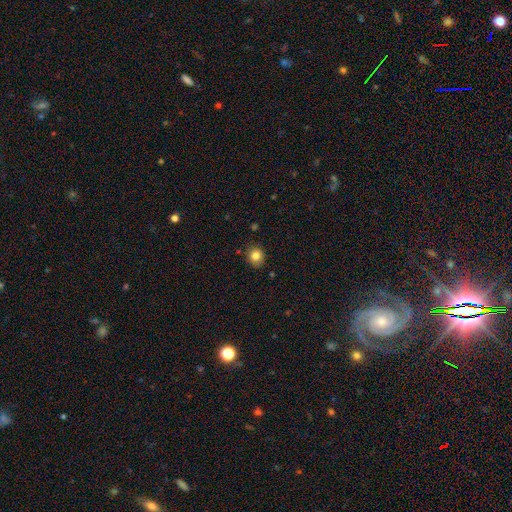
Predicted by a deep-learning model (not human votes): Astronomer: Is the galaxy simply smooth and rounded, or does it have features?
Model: smooth — 83%.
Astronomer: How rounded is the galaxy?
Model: round — 76%.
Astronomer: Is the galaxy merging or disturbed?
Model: none — 84%.